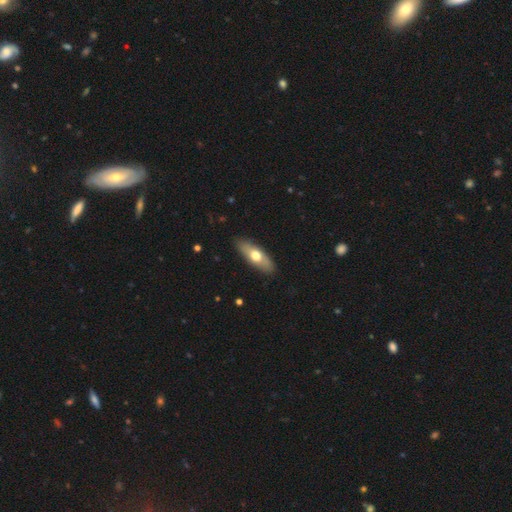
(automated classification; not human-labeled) smooth_or_featured: smooth (p=0.60) [alt: featured or disk p=0.35]
how_rounded: in between (p=0.64) [alt: cigar-shaped p=0.33]
merging: none (p=0.88) [alt: minor disturbance p=0.09]